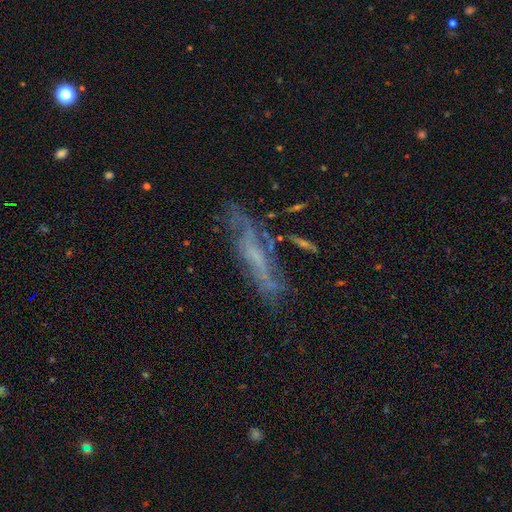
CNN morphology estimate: smooth-or-featured: featured or disk: 60% | smooth: 26% | star or artifact: 14%
  disk-edge-on: no: 54% | yes: 46%
  merging: none: 60% | minor disturbance: 21% | major disturbance: 13% | merger: 6%